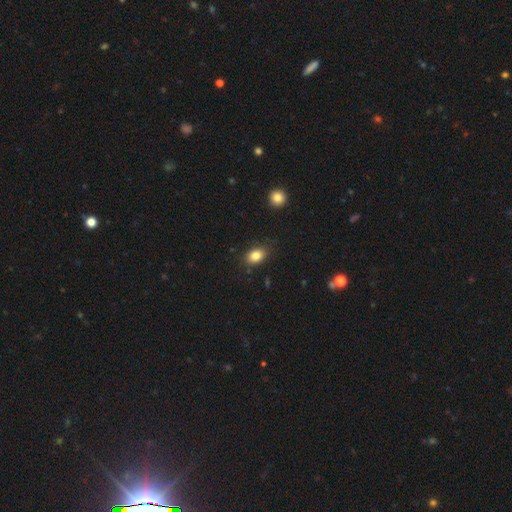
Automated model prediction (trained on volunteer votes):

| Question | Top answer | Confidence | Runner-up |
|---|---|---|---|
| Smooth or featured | smooth | 84% | star or artifact (9%) |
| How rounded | in between | 78% | round (21%) |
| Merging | none | 83% | minor disturbance (12%) |